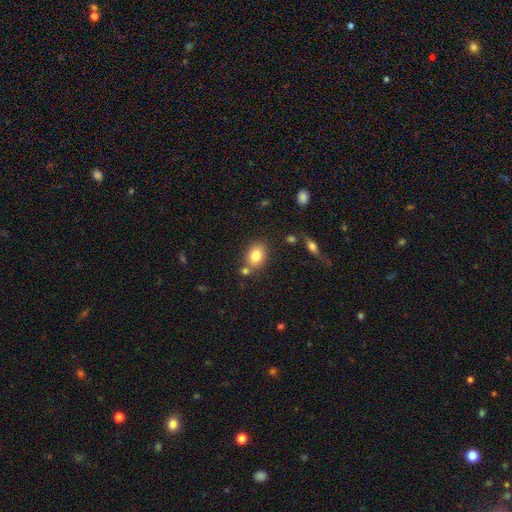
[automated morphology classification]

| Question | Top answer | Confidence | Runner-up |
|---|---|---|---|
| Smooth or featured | smooth | 81% | featured or disk (10%) |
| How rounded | in between | 73% | round (25%) |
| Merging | none | 69% | merger (15%) |